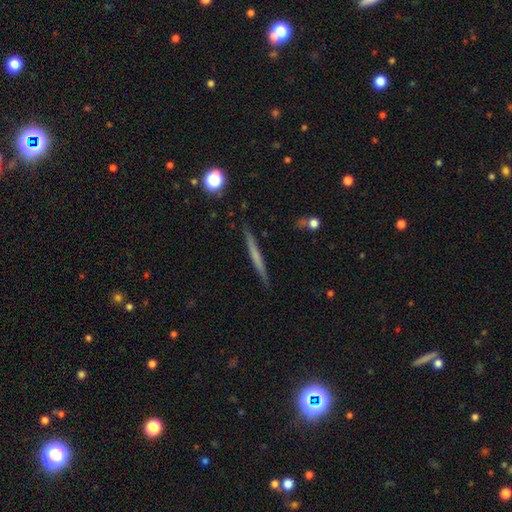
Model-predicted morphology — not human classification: The model was most divided on "smooth or featured": smooth: 48%, featured or disk: 46%, star or artifact: 6%. More confident: merging — none (90%).